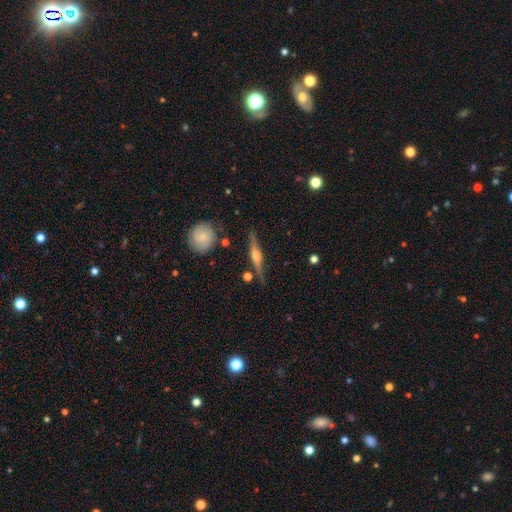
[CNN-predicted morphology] This is likely a featured or disk galaxy (78%). It is clearly viewed edge-on (97%). Edge-on bulge: clearly rounded (90%). Merging: clearly none (84%).